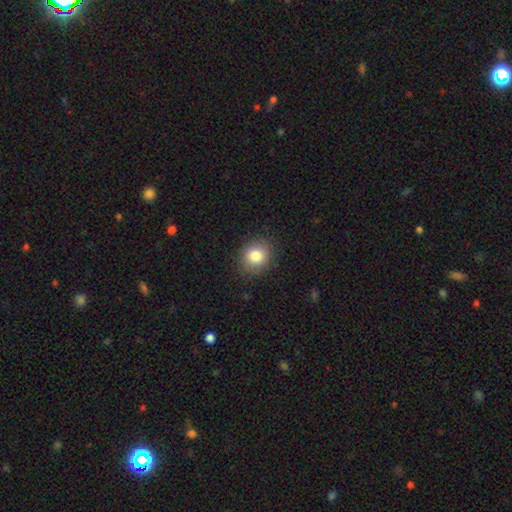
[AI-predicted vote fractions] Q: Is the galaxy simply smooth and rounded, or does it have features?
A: smooth — 84%.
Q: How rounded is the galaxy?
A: round — 68%.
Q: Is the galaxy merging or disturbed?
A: none — 86%.